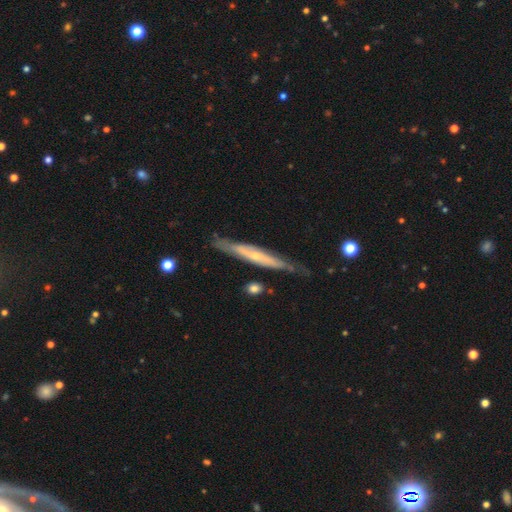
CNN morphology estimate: A featured or disk galaxy (68%) viewed edge-on (79%) with a rounded central bulge (50%).

Vote fractions:
- Smooth or featured? featured or disk: 68% / smooth: 26% / star or artifact: 6%
- Edge-on disk? yes: 79% / no: 21%
- Edge-on bulge? rounded: 50% / none: 45% / boxy: 5%
- Merging? none: 73% / minor disturbance: 20% / major disturbance: 4% / merger: 3%